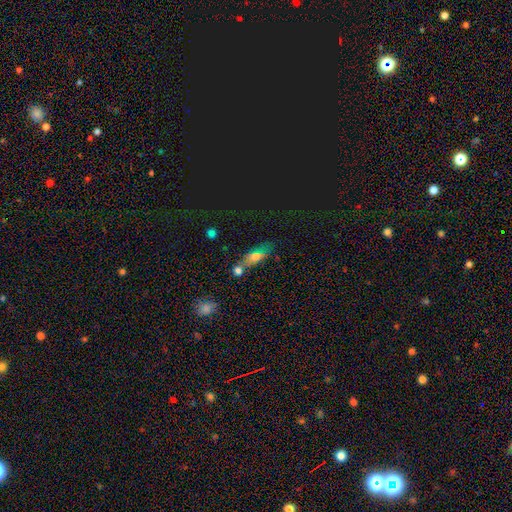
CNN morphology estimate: Smooth or featured? smooth (61%)
How rounded? in between (68%)
Merging? none (55%)